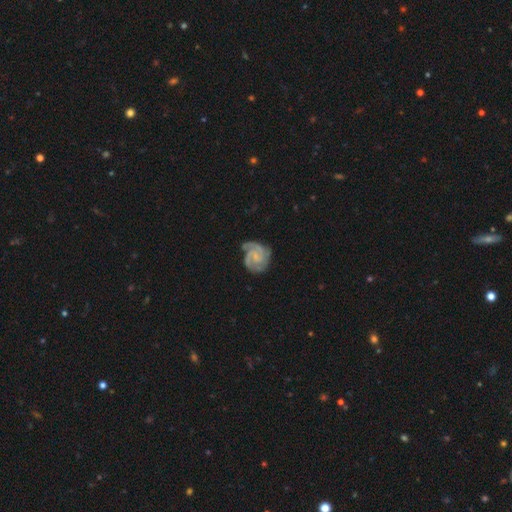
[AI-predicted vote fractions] smooth-or-featured: featured or disk: 89% | smooth: 7% | star or artifact: 4%
  disk-edge-on: no: 98% | yes: 2%
    bar: no: 53% | weak: 38% | strong: 9%
    has-spiral-arms: yes: 98% | no: 2%
      spiral-winding: tight: 60% | medium: 35% | loose: 5%
      spiral-arm-count: 2: 45% | 3: 36% | can't tell: 7% | 4: 5% | 1: 4% | more than 4: 4%
    bulge-size: small: 51% | none: 32% | moderate: 14% | large: 1% | dominant: 1%
  merging: none: 71% | minor disturbance: 19% | major disturbance: 8% | merger: 2%